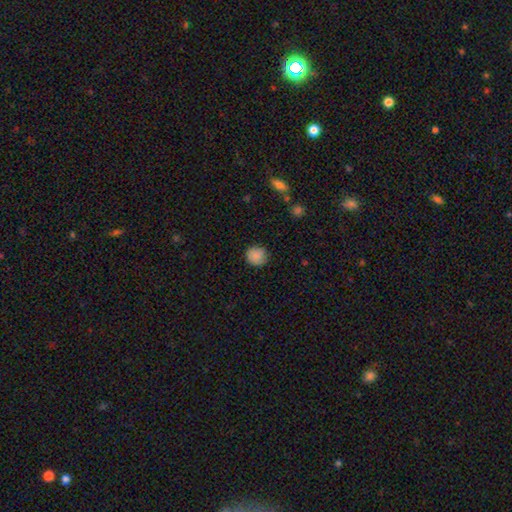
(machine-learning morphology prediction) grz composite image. It shows a smooth galaxy with no disk features (87%) that is round (91%). Merging: none (87%).